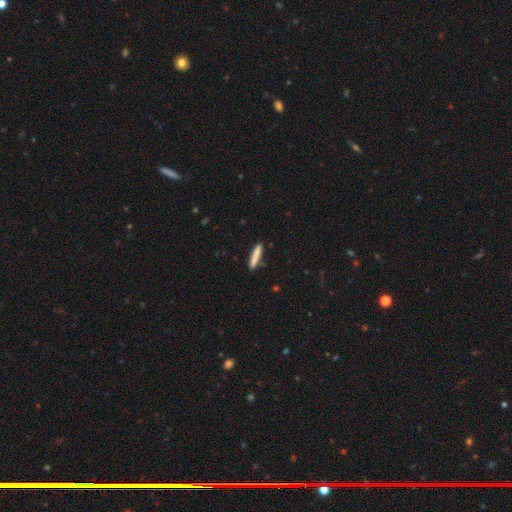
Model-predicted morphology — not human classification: A smooth galaxy with no disk features (83%) that is cigar-shaped (93%). Merging: none (88%).